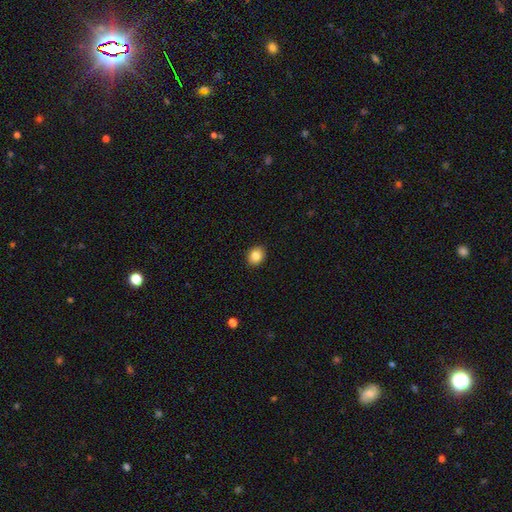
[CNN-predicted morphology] Overall: smooth (85%). How rounded: round (64%; in between 35%). Merging: none (91%).